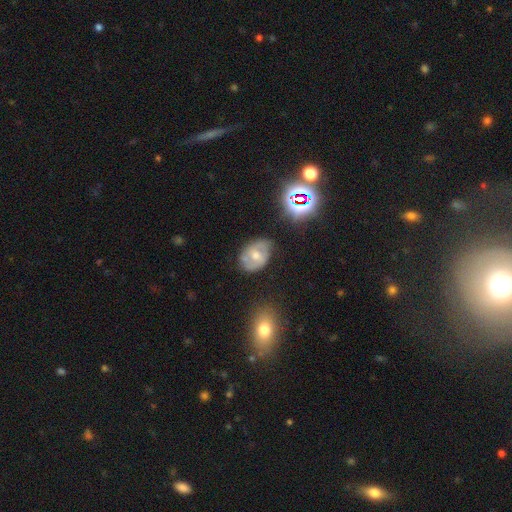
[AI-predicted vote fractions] The model was most divided on "smooth or featured": featured or disk: 53%, smooth: 36%, star or artifact: 11%. More confident: edge-on disk — no (95%); merging — none (65%); bulge size — moderate (65%); spiral arms — yes (62%); bar — no (56%).